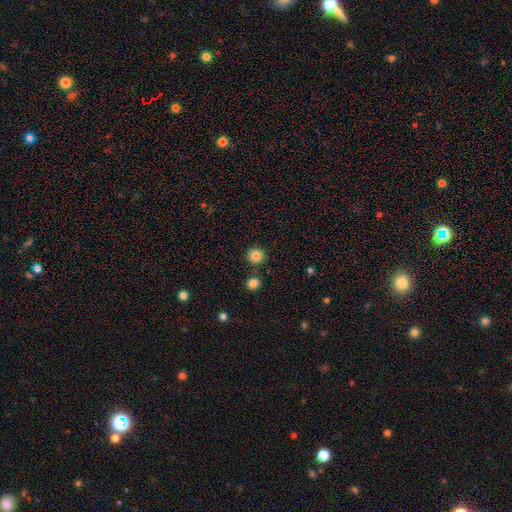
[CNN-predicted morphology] Smooth or featured? Predicted: smooth (p=0.84). How rounded? Predicted: round (p=0.93). Merging? Predicted: none (p=0.86).